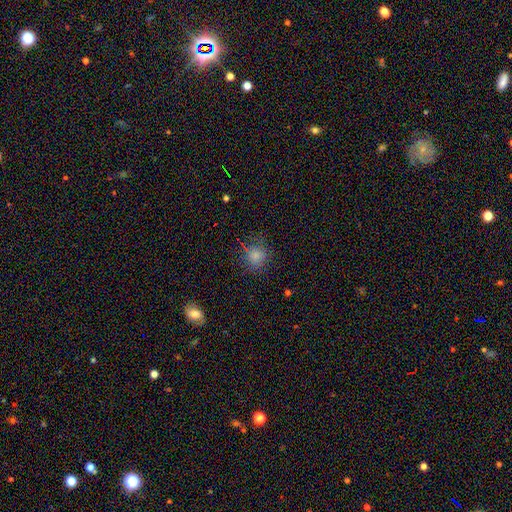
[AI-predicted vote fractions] This is clearly a smooth galaxy (81%). How rounded: clearly round (83%). Merging: likely none (79%).